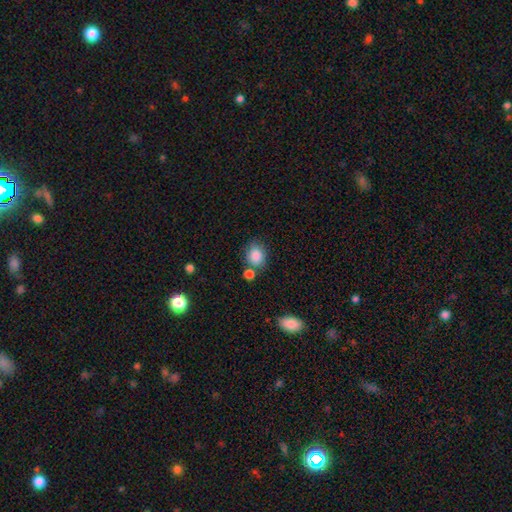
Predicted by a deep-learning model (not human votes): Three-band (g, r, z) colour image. It shows a smooth galaxy with no disk features (86%) that is round (64%). Merging: none (65%).